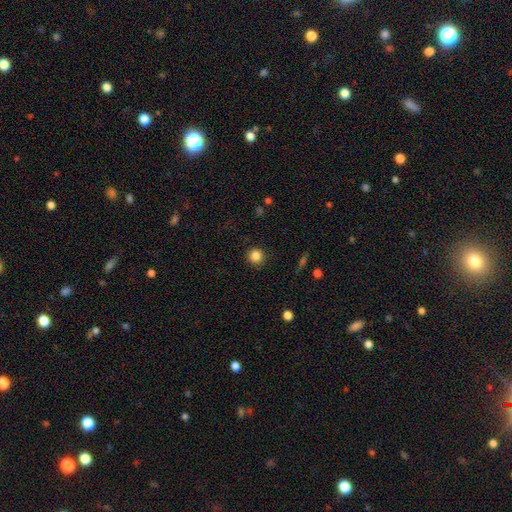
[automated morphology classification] Overall: smooth (84%). How rounded: round (94%). Merging: none (91%).